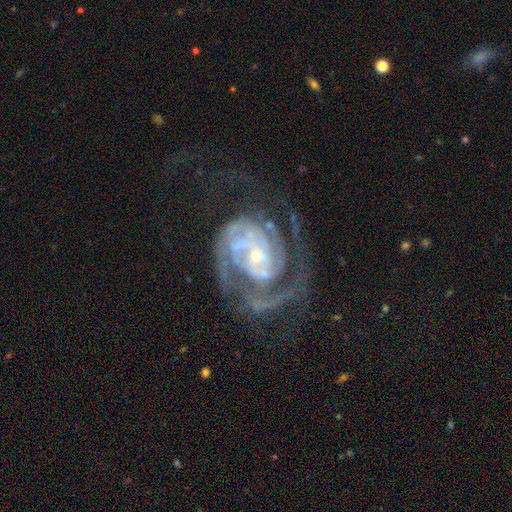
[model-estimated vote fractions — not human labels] Q: Smooth or featured?
A: featured or disk (90%); runner-up: star or artifact (6%)
Q: Edge-on disk?
A: no (98%); runner-up: yes (2%)
Q: Bar?
A: no (58%); runner-up: weak (31%)
Q: Spiral arms?
A: yes (97%); runner-up: no (3%)
Q: Spiral winding?
A: tight (62%); runner-up: medium (31%)
Q: Spiral arm count?
A: 2 (42%); runner-up: can't tell (19%)
Q: Bulge size?
A: small (73%); runner-up: moderate (20%)
Q: Merging?
A: none (50%); runner-up: major disturbance (29%)